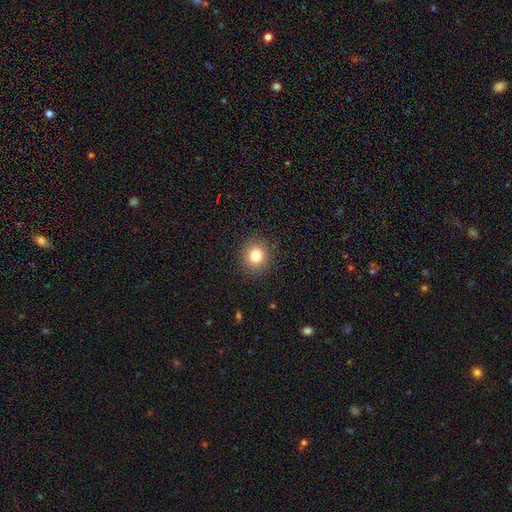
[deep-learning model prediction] The model was most divided on "smooth or featured": smooth: 80%, star or artifact: 12%, featured or disk: 8%. More confident: merging — none (90%); how rounded — round (88%).